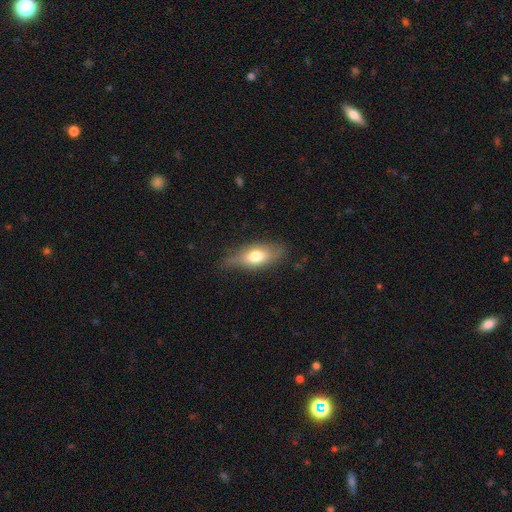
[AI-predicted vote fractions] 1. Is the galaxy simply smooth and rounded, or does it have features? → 66% smooth, 28% featured or disk, 7% star or artifact.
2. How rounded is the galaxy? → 76% in between, 19% cigar-shaped, 4% round.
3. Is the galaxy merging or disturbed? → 68% none, 25% minor disturbance, 6% major disturbance, 1% merger.